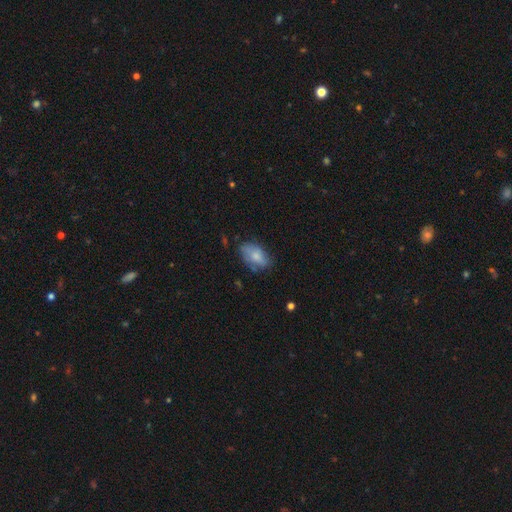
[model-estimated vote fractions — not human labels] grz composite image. It shows a smooth galaxy with no disk features (72%) that is in between round and cigar-shaped (90%). Merging: none (58%).